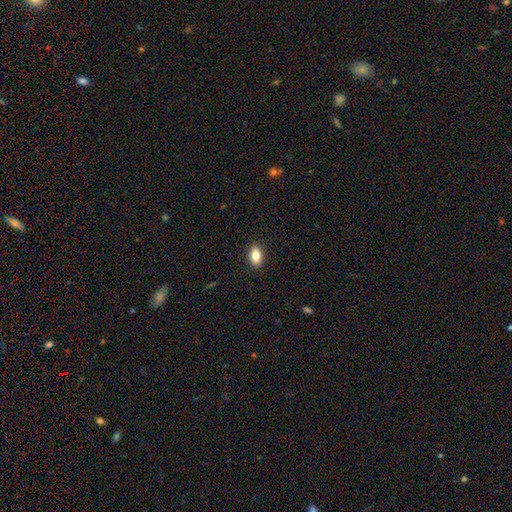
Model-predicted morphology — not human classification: Smooth or featured? smooth (83%)
How rounded? in between (88%)
Merging? none (90%)